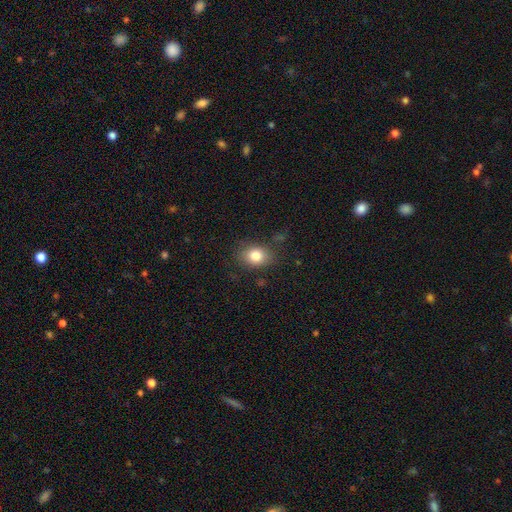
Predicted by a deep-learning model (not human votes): Overall: smooth (82%). How rounded: in between (59%; round 40%). Merging: none (80%).